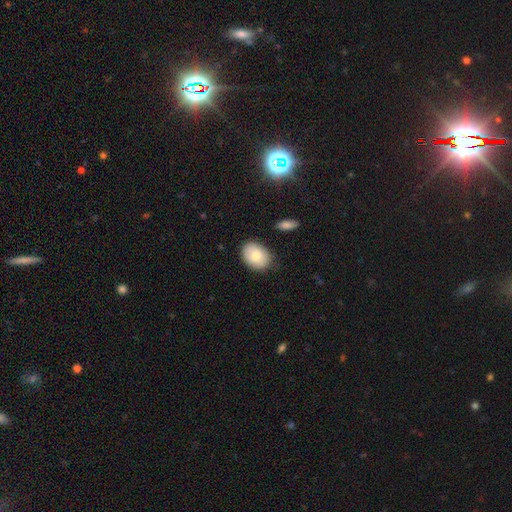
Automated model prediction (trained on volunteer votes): Morphology: type=smooth (78%); roundness=in between (73%); merging=none (82%).